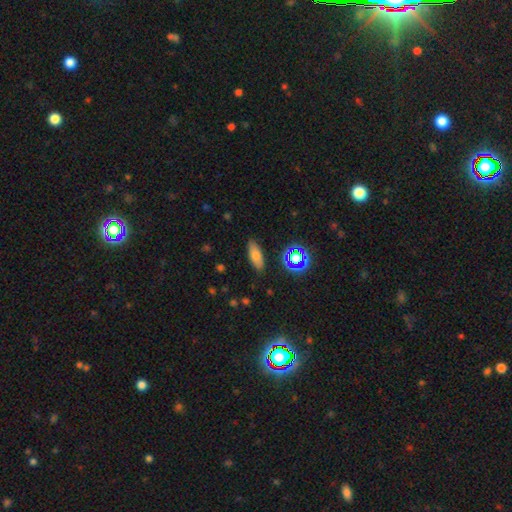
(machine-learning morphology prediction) A smooth galaxy with no disk features (71%) that is in between round and cigar-shaped (70%).

Vote fractions:
- Smooth or featured? smooth: 71% / featured or disk: 14% / star or artifact: 14%
- How rounded? in between: 70% / cigar-shaped: 24% / round: 5%
- Merging? none: 85% / minor disturbance: 10% / major disturbance: 3% / merger: 2%